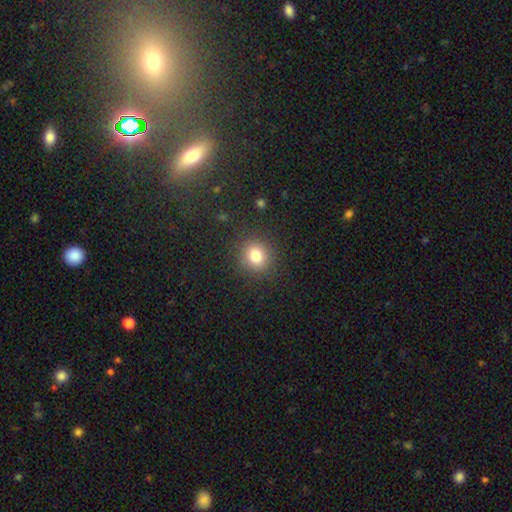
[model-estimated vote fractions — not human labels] smooth 80%, star or artifact 13%, featured or disk 7%. Down the decision tree: how rounded — round (84%); merging — none (88%).